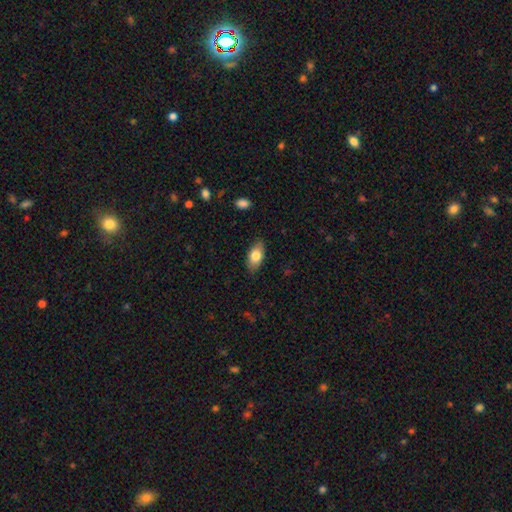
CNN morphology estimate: smooth-or-featured: smooth: 78% | featured or disk: 15% | star or artifact: 7%
  how-rounded: in between: 90% | cigar-shaped: 5% | round: 5%
  merging: none: 84% | minor disturbance: 12% | major disturbance: 2% | merger: 1%